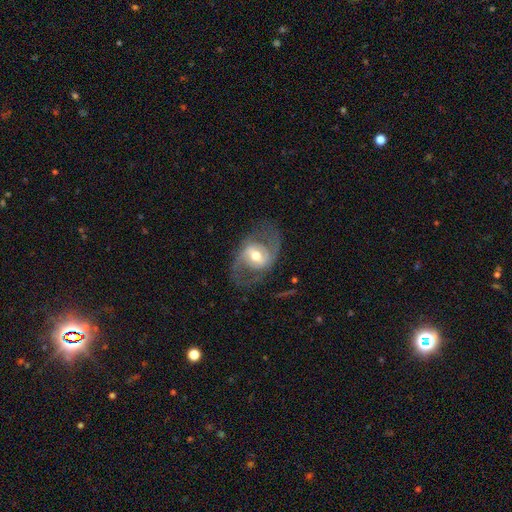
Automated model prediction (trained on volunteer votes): Morphology: type=featured or disk (82%); edge-on=no (96%); bar=weak (46%); spiral arms=yes (89%); winding=medium (51%); arm count=2 (89%); bulge=moderate (69%); merging=none (70%).